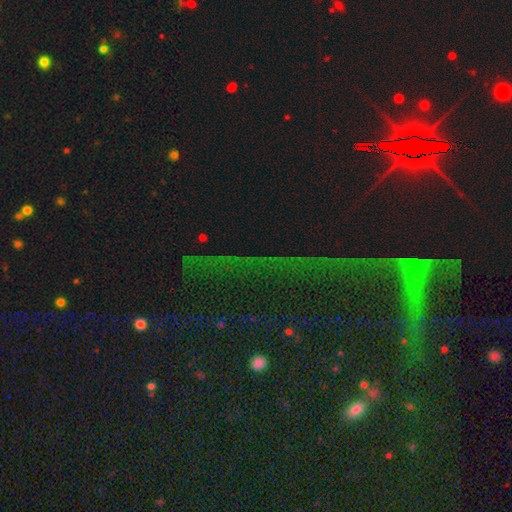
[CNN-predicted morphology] Smooth or featured? Predicted: star or artifact (p=0.80).